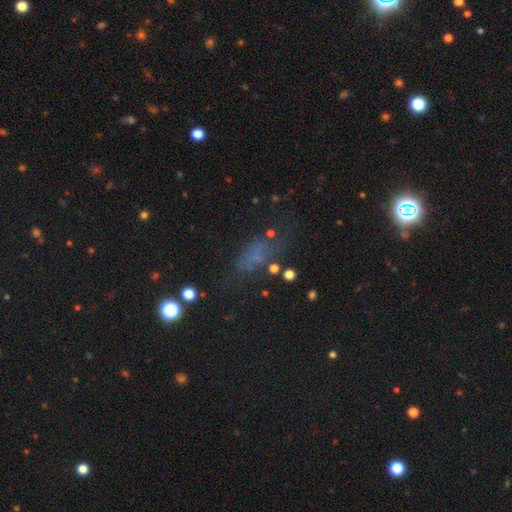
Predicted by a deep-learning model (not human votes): Smooth or featured?
  - smooth: 49% *
  - star or artifact: 29%
  - featured or disk: 22%
Merging?
  - none: 48% *
  - major disturbance: 24%
  - minor disturbance: 22%
  - merger: 6%